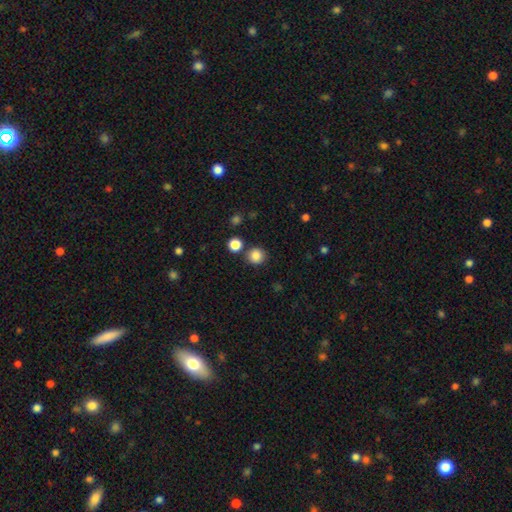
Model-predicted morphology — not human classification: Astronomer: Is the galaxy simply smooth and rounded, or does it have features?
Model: smooth — 85%.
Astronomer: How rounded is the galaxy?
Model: round — 92%.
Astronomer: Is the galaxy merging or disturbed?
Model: none — 84%.